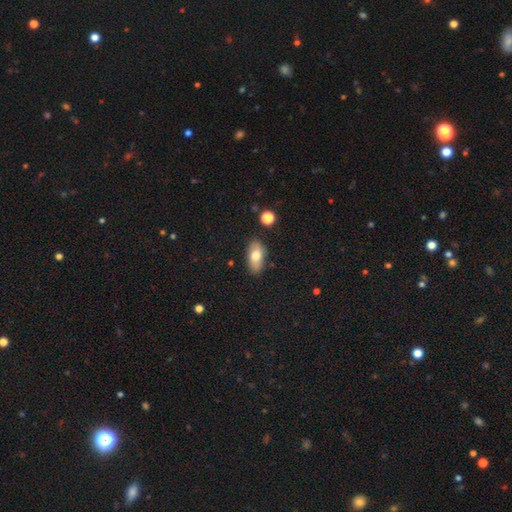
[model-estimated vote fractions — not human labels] Smooth or featured?
  - smooth: 72% *
  - featured or disk: 20%
  - star or artifact: 8%
How rounded?
  - in between: 88% *
  - cigar-shaped: 7%
  - round: 4%
Merging?
  - none: 81% *
  - minor disturbance: 13%
  - major disturbance: 3%
  - merger: 2%